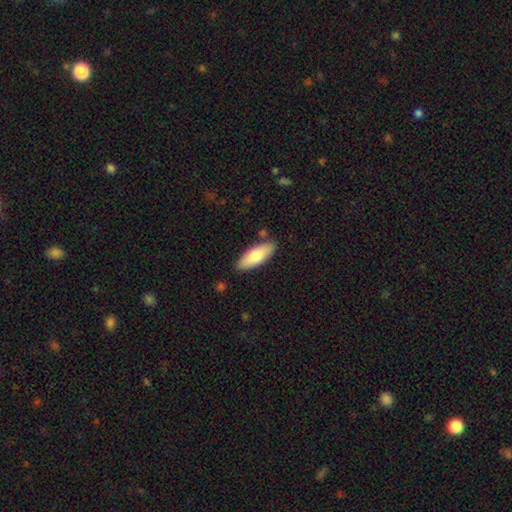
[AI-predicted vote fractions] smooth 74%, featured or disk 20%, star or artifact 6%. Down the decision tree: how rounded — in between (74%); merging — none (85%).